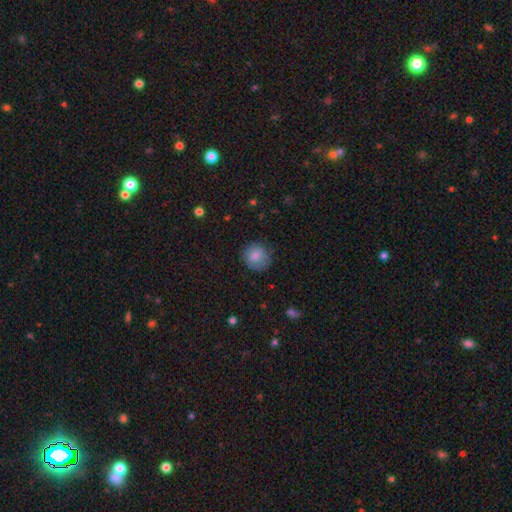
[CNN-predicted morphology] A smooth galaxy with no disk features (84%) that is round (88%).

Vote fractions:
- Smooth or featured? smooth: 84% / star or artifact: 8% / featured or disk: 8%
- How rounded? round: 88% / in between: 11% / cigar-shaped: 1%
- Merging? none: 79% / minor disturbance: 16% / major disturbance: 4% / merger: 1%